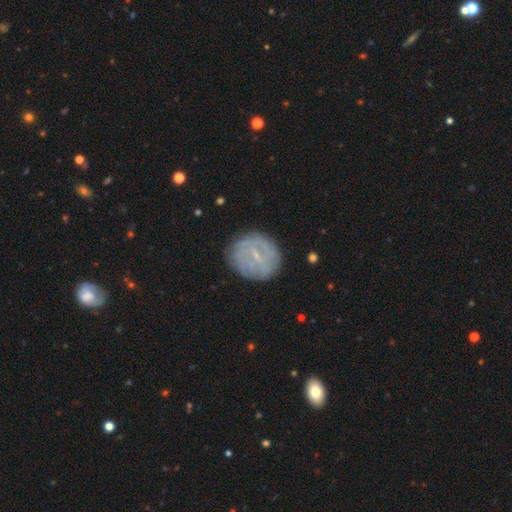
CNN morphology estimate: Overall: featured or disk (56%; smooth 34%). Edge-on disk: no (97%). Bar: weak (49%; no 36%). Spiral arms: yes (56%; no 44%). Bulge size: small (74%). Merging: none (80%).